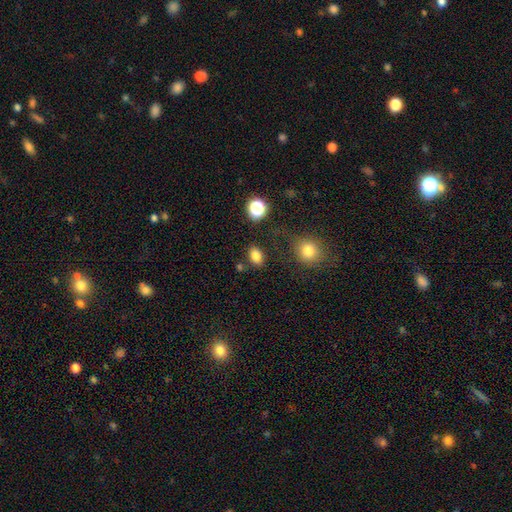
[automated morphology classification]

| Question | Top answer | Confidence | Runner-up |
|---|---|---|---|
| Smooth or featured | smooth | 82% | star or artifact (12%) |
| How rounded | in between | 77% | round (21%) |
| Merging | none | 79% | minor disturbance (12%) |